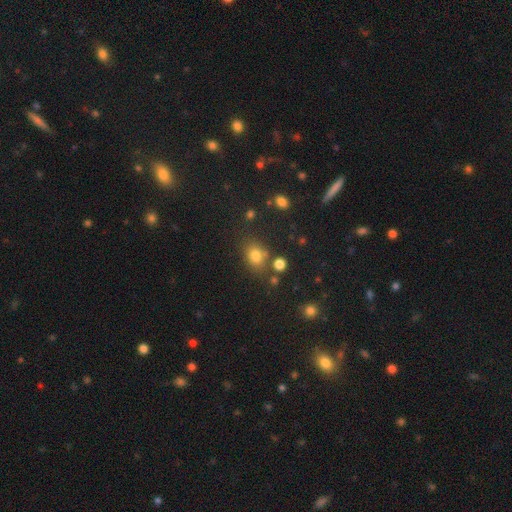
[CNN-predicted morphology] Overall: smooth (77%). How rounded: in between (54%; round 44%). Merging: none (68%).